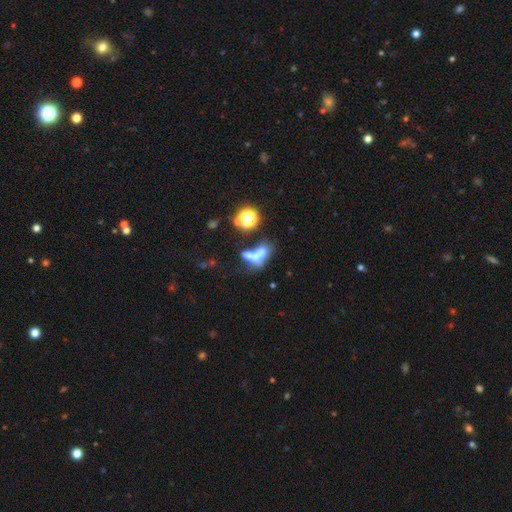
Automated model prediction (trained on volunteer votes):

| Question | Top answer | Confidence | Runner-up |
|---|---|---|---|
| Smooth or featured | smooth | 49% | featured or disk (32%) |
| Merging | merger | 55% | none (20%) |